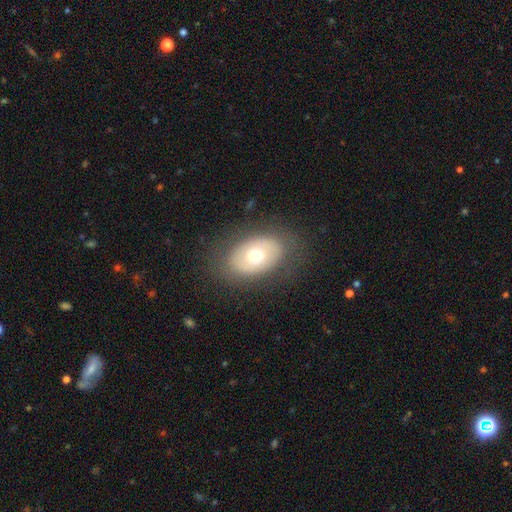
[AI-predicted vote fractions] A smooth galaxy with no disk features (60%) that is in between round and cigar-shaped (81%). Merging: none (80%).